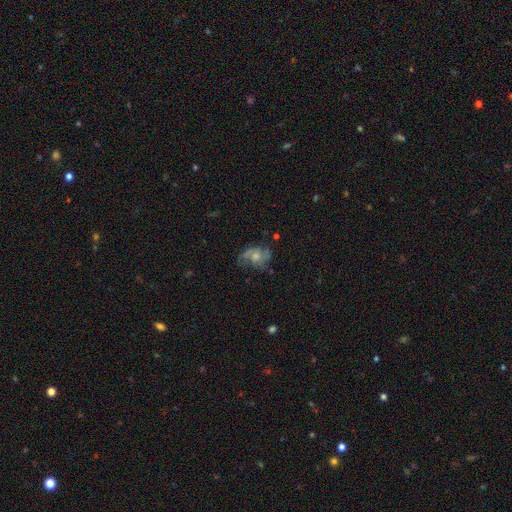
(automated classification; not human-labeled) smooth-or-featured: featured or disk: 70% | smooth: 21% | star or artifact: 9%
  disk-edge-on: no: 97% | yes: 3%
    bar: no: 70% | weak: 26% | strong: 4%
    has-spiral-arms: yes: 87% | no: 13%
      spiral-winding: medium: 45% | loose: 39% | tight: 16%
      spiral-arm-count: 2: 50% | 3: 19% | can't tell: 17% | 1: 6% | 4: 5% | more than 4: 3%
    bulge-size: moderate: 49% | small: 34% | none: 8% | large: 7% | dominant: 1%
  merging: none: 56% | minor disturbance: 23% | major disturbance: 19% | merger: 2%